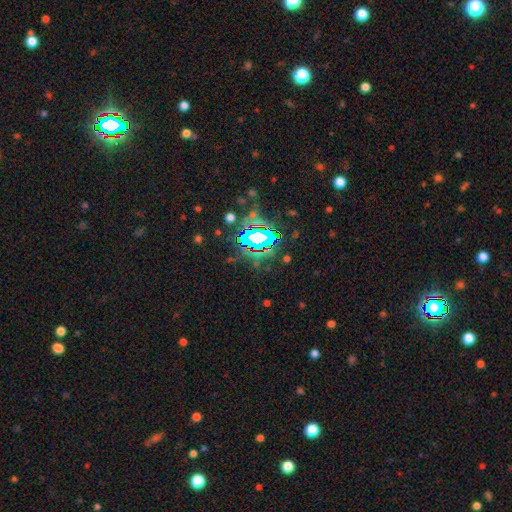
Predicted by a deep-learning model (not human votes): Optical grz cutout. It shows a star or artifact, not a galaxy (80%).